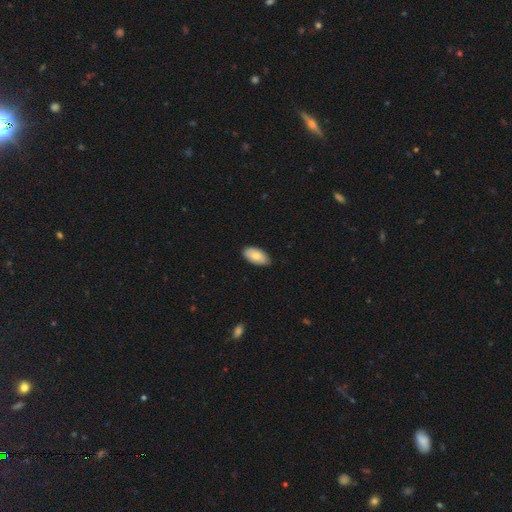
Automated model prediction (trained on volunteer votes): A smooth galaxy with no disk features (78%) that is in between round and cigar-shaped (94%).

Vote fractions:
- Smooth or featured? smooth: 78% / featured or disk: 16% / star or artifact: 6%
- How rounded? in between: 94% / cigar-shaped: 3% / round: 3%
- Merging? none: 85% / minor disturbance: 12% / major disturbance: 2% / merger: 1%